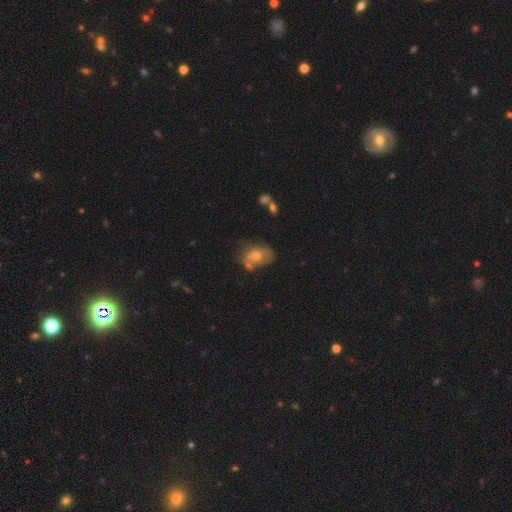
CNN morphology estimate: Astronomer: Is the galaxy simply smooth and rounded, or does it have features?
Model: smooth — 49% (runner-up: featured or disk, 39%).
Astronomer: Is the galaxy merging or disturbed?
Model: none — 46% (runner-up: minor disturbance, 27%).